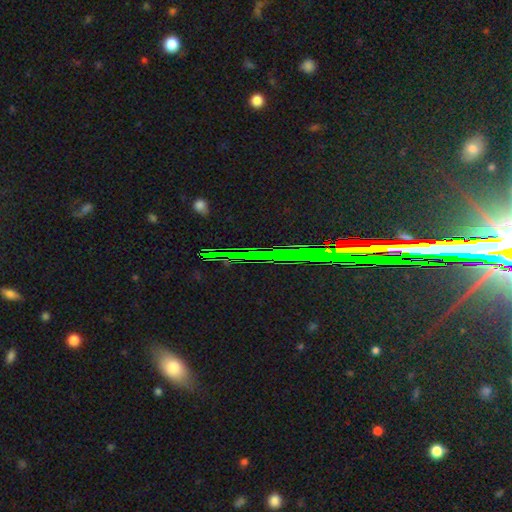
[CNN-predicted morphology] Smooth or featured? Predicted: star or artifact (p=0.75).